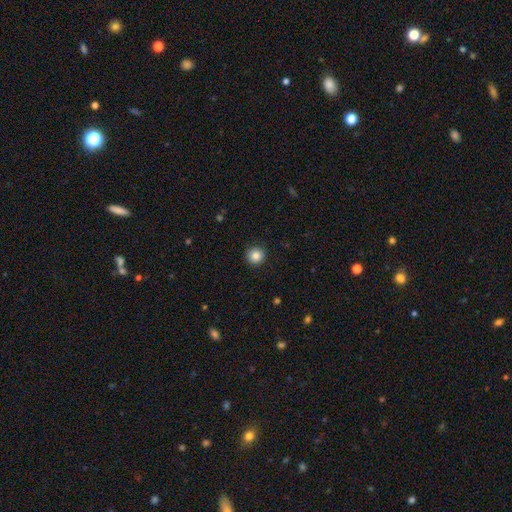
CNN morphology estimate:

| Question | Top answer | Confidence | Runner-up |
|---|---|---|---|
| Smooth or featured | smooth | 85% | star or artifact (10%) |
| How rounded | round | 95% | in between (4%) |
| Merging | none | 92% | minor disturbance (5%) |